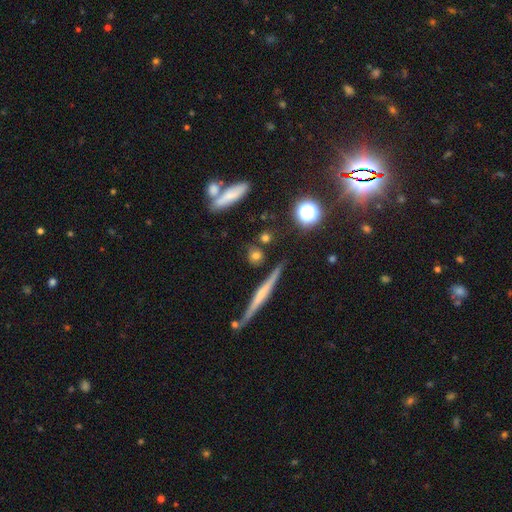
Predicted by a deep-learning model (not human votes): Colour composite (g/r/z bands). It shows a smooth galaxy with no disk features (71%) that is round (73%). Merging: none (77%).